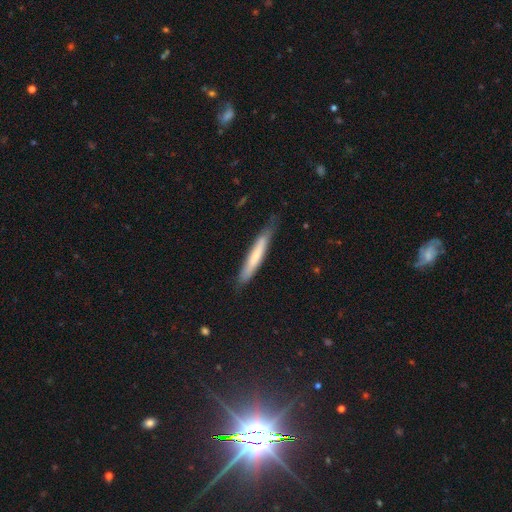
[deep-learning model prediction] Smooth or featured: smooth — 61% (featured or disk — 33%)
How rounded: cigar-shaped — 93% (in between — 5%)
Merging: none — 71% (minor disturbance — 23%)